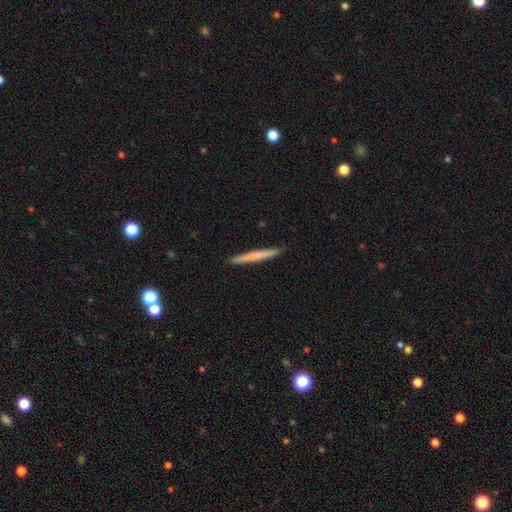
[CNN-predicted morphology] Smooth or featured? smooth (59%)
How rounded? cigar-shaped (97%)
Merging? none (92%)